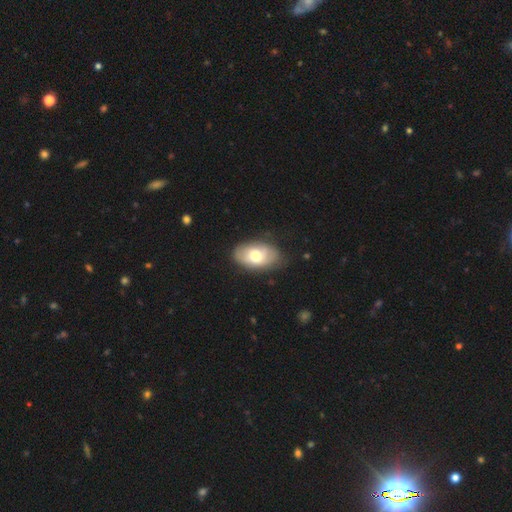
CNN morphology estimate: Smooth or featured? Predicted: smooth (p=0.64). How rounded? Predicted: in between (p=0.92). Merging? Predicted: none (p=0.73).